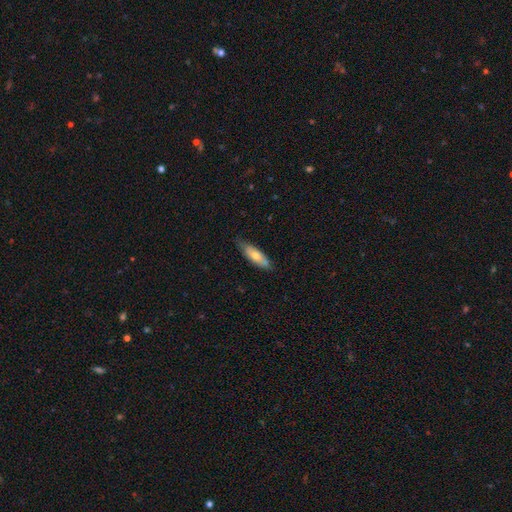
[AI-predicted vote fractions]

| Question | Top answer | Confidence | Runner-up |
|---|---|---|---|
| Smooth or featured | smooth | 68% | featured or disk (27%) |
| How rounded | in between | 52% | cigar-shaped (46%) |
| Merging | none | 73% | minor disturbance (23%) |